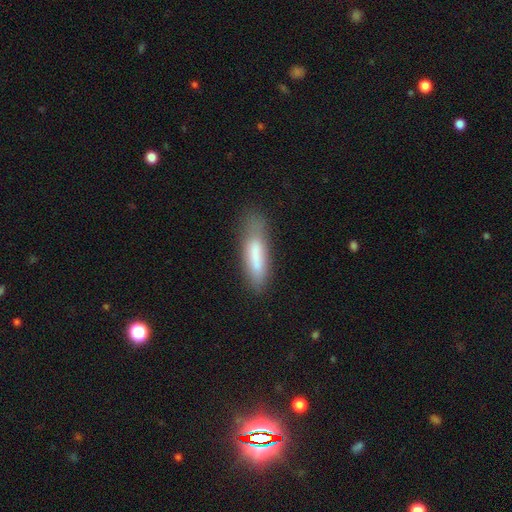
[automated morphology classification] Overall: smooth (73%). How rounded: cigar-shaped (65%; in between 34%). Merging: none (63%; minor disturbance 24%).